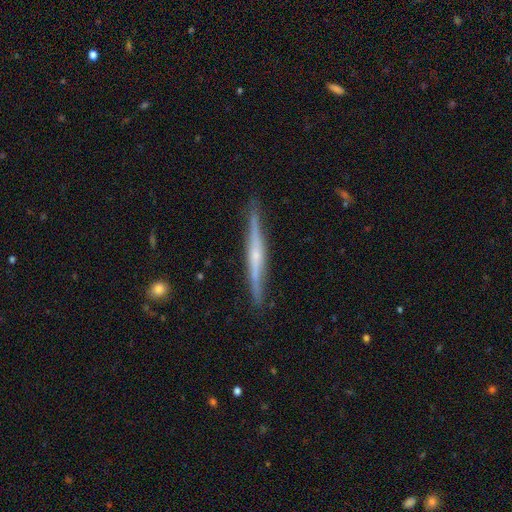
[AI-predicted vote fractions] Smooth or featured: featured or disk — 73% (smooth — 21%)
Edge-on disk: yes — 98% (no — 2%)
Edge-on bulge: rounded — 56% (none — 35%)
Merging: none — 88% (minor disturbance — 9%)